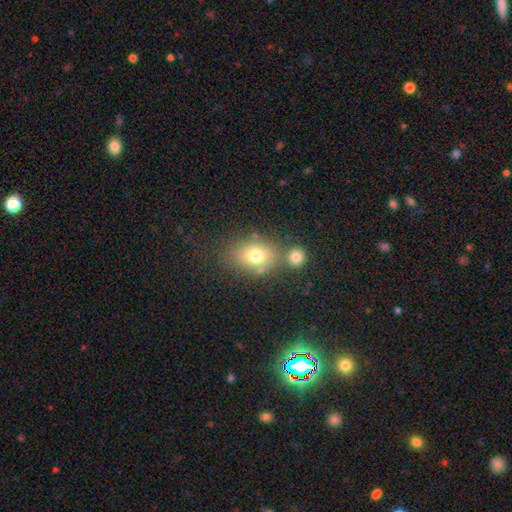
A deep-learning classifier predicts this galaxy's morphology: Overall: smooth (73%). How rounded: in between (66%; round 33%). Merging: none (59%; merger 22%).